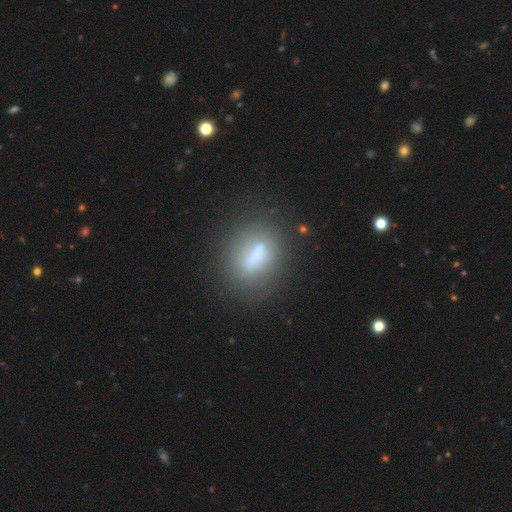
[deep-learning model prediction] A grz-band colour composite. It shows a smooth galaxy with no disk features (58%) that is in between round and cigar-shaped (52%). Merging: none (69%).